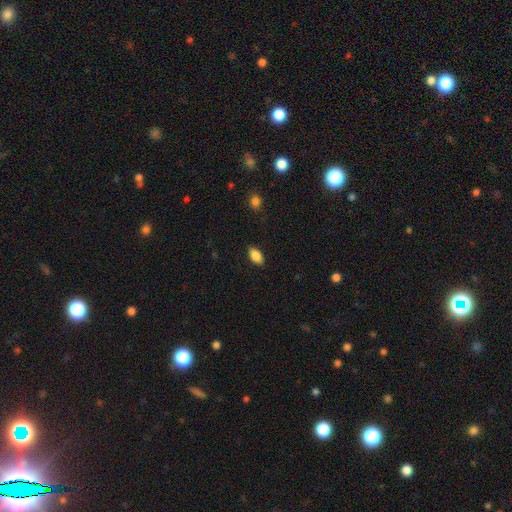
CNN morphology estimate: This is clearly a smooth galaxy (87%). How rounded: clearly in between (92%). Merging: clearly none (86%).